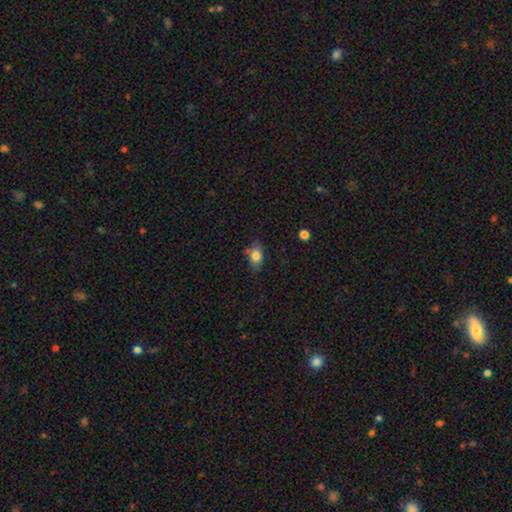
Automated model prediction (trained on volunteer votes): Smooth or featured? Predicted: smooth (p=0.81). How rounded? Predicted: in between (p=0.78). Merging? Predicted: none (p=0.64).